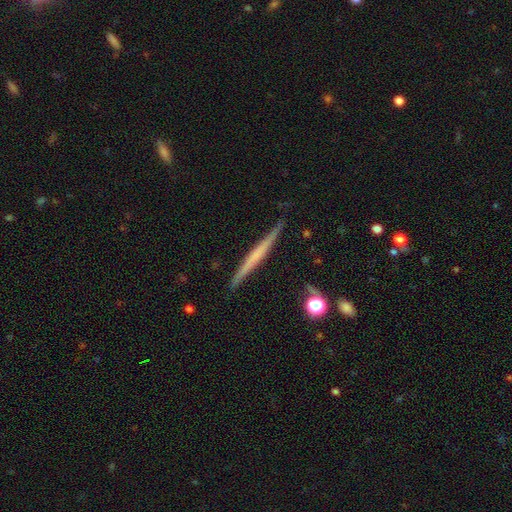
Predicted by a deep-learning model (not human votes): Overall: featured or disk (60%; smooth 34%). Edge-on disk: yes (97%). Edge-on bulge: none (75%). Merging: none (88%).